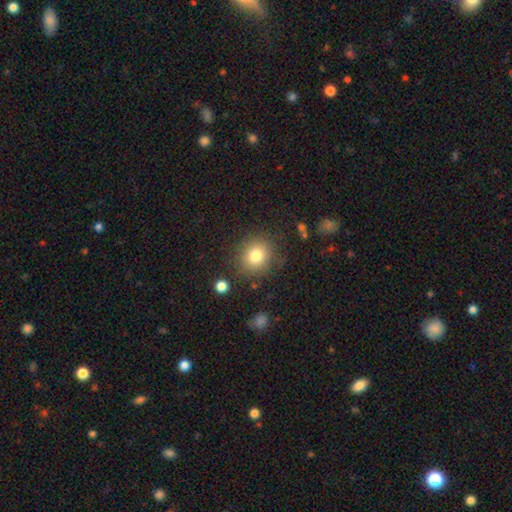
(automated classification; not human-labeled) The model was most divided on "how rounded": round: 80%, in between: 19%, cigar-shaped: 1%. More confident: merging — none (84%); smooth or featured — smooth (80%).